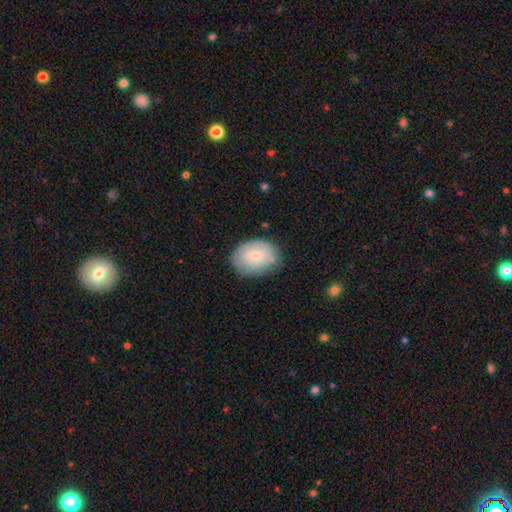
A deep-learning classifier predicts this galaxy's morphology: type=smooth (71%); roundness=in between (68%); merging=none (71%).